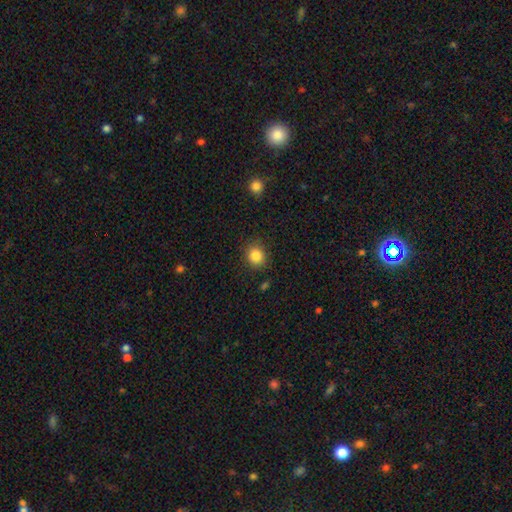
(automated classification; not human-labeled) Overall: smooth (85%). How rounded: round (74%). Merging: none (85%).